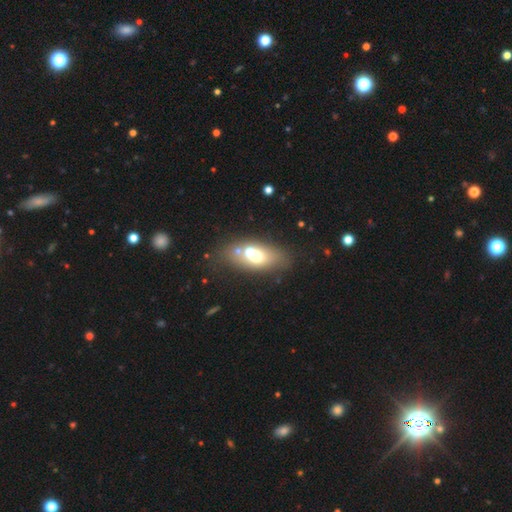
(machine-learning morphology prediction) type=smooth (55%); roundness=in between (77%); merging=none (46%).